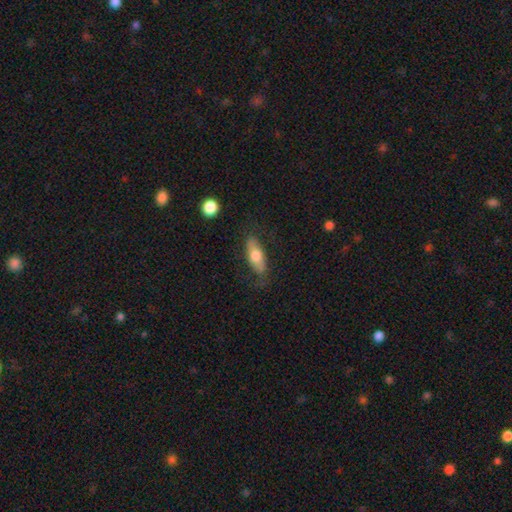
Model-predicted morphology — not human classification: Smooth or featured? smooth (66%)
How rounded? in between (69%)
Merging? none (74%)